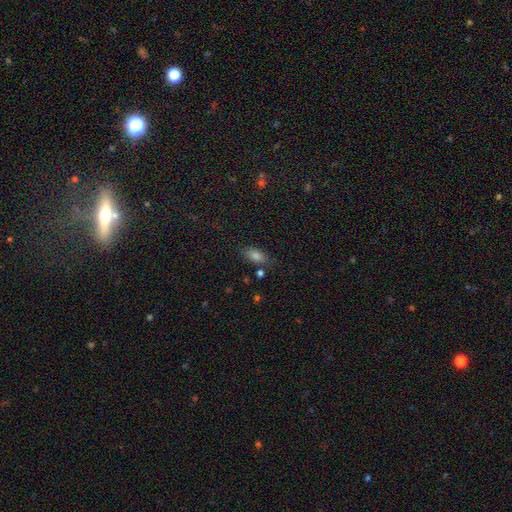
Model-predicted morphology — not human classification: Smooth or featured: smooth — 77% (star or artifact — 13%)
How rounded: in between — 83% (cigar-shaped — 11%)
Merging: none — 78% (minor disturbance — 14%)